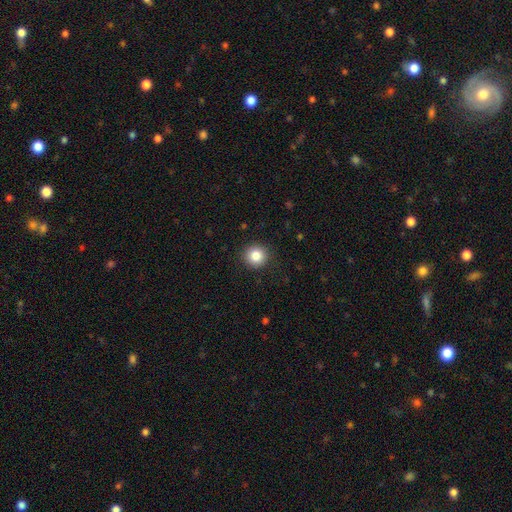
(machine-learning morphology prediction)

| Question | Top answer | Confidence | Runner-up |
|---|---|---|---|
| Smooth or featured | smooth | 85% | star or artifact (10%) |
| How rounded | round | 92% | in between (7%) |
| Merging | none | 90% | minor disturbance (7%) |